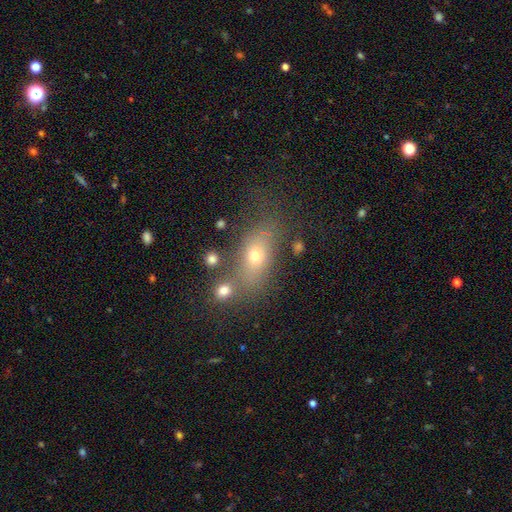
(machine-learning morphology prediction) A smooth galaxy with no disk features (65%) that is in between round and cigar-shaped (70%). Merging: none (58%).